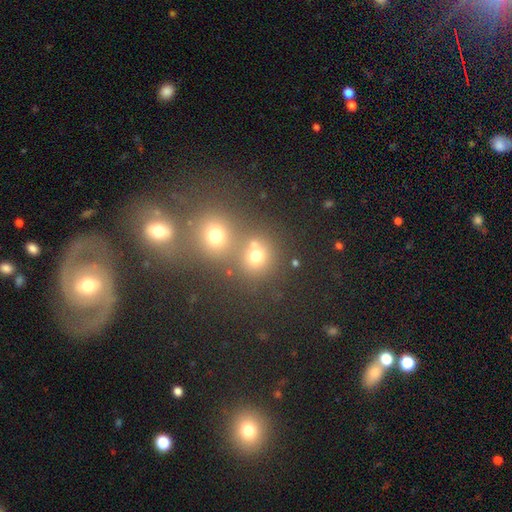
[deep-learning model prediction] Smooth or featured?
  - smooth: 70% *
  - star or artifact: 21%
  - featured or disk: 10%
How rounded?
  - round: 83% *
  - in between: 16%
  - cigar-shaped: 1%
Merging?
  - none: 51% *
  - merger: 38%
  - minor disturbance: 7%
  - major disturbance: 4%